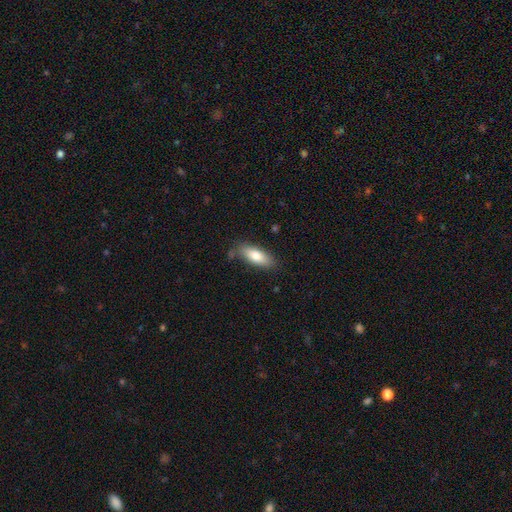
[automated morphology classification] This is likely a smooth galaxy (77%). How rounded: likely in between (69%). Merging: likely none (79%).